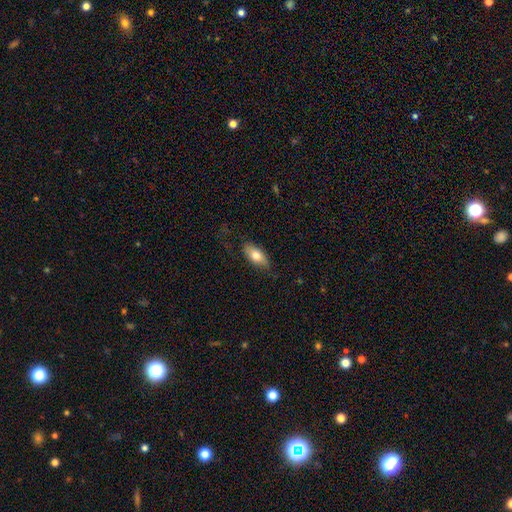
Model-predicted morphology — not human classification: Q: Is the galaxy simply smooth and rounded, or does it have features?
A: smooth — 74%.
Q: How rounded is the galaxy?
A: in between — 86%.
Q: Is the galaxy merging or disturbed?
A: none — 76%.